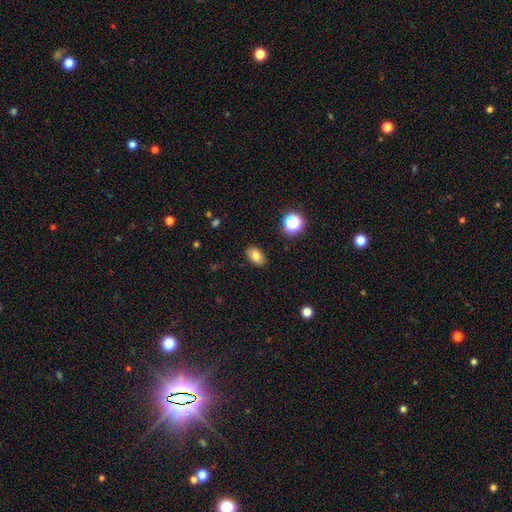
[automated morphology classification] Smooth or featured?
  - smooth: 80% *
  - star or artifact: 11%
  - featured or disk: 9%
How rounded?
  - in between: 87% *
  - round: 11%
  - cigar-shaped: 2%
Merging?
  - none: 87% *
  - minor disturbance: 10%
  - major disturbance: 2%
  - merger: 1%